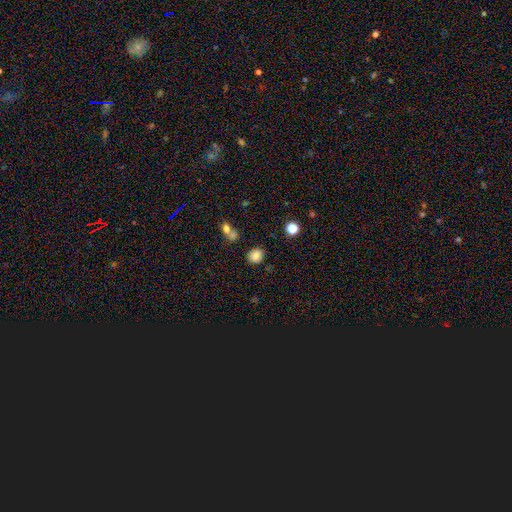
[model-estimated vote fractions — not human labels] This appears to be a smooth galaxy with no disk features (81%) that is round (76%). Merging: none (80%).